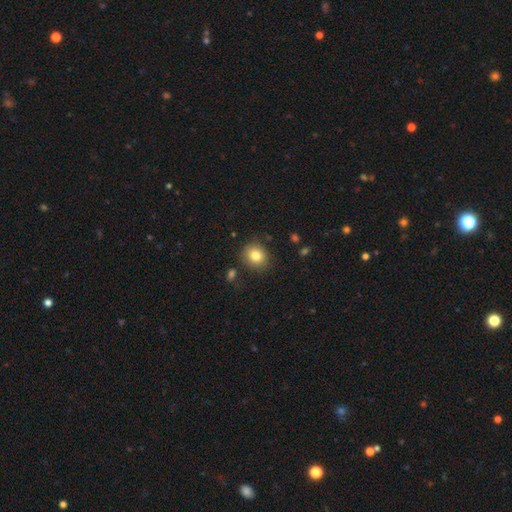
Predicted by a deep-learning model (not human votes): This is clearly a smooth galaxy (81%). How rounded: likely round (76%). Merging: clearly none (83%).